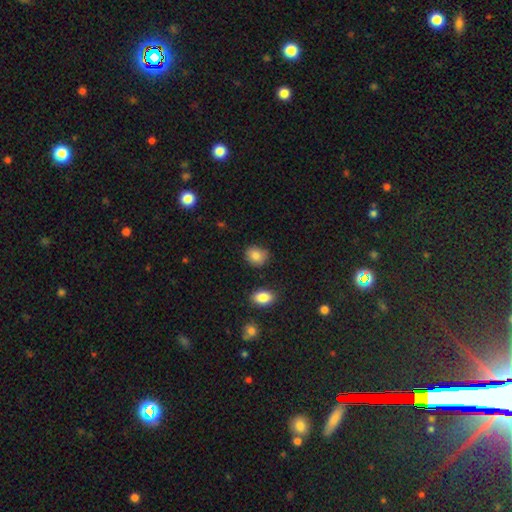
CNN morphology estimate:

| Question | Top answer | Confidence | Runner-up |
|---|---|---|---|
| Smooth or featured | smooth | 85% | star or artifact (9%) |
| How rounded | round | 59% | in between (40%) |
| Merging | none | 80% | minor disturbance (15%) |